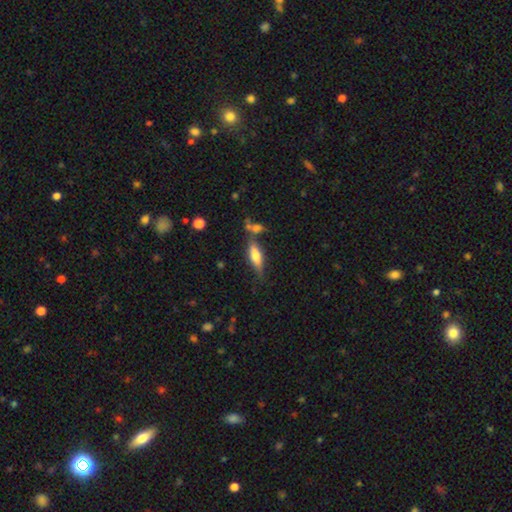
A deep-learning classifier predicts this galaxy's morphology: Overall: smooth (54%; featured or disk 39%). How rounded: in between (50%; cigar-shaped 47%). Merging: none (60%).